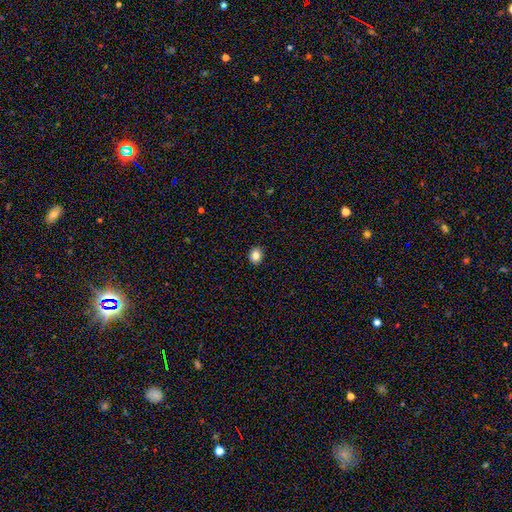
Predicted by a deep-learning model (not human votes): smooth-or-featured: smooth: 84% | star or artifact: 10% | featured or disk: 6%
  how-rounded: round: 63% | in between: 36% | cigar-shaped: 1%
  merging: none: 91% | minor disturbance: 6% | major disturbance: 2% | merger: 1%